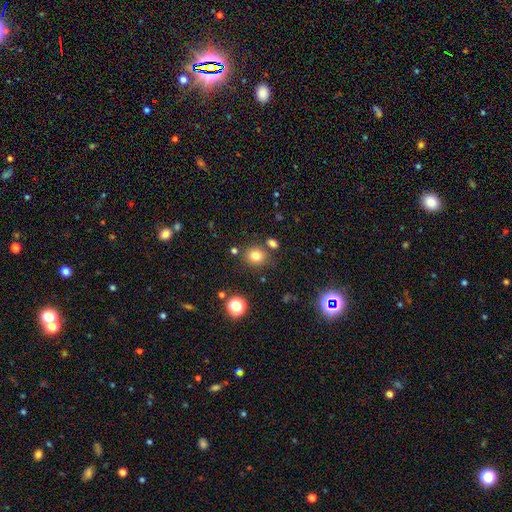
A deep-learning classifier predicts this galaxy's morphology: smooth_or_featured: smooth (p=0.78) [alt: star or artifact p=0.15]
how_rounded: round (p=0.78) [alt: in between p=0.21]
merging: none (p=0.79) [alt: minor disturbance p=0.10]